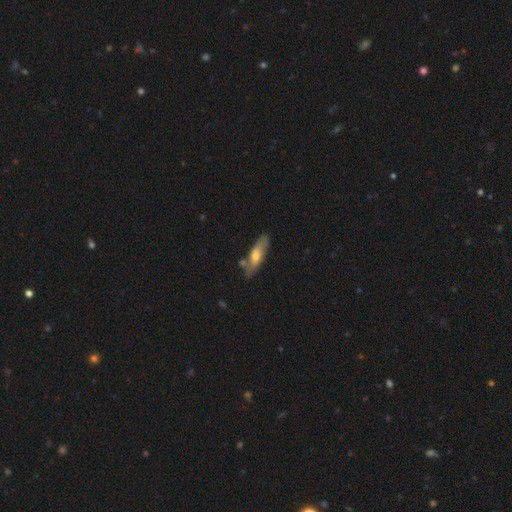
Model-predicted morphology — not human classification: smooth-or-featured: smooth: 53% | featured or disk: 41% | star or artifact: 6%
  how-rounded: cigar-shaped: 53% | in between: 45% | round: 3%
  merging: none: 67% | minor disturbance: 20% | merger: 8% | major disturbance: 5%